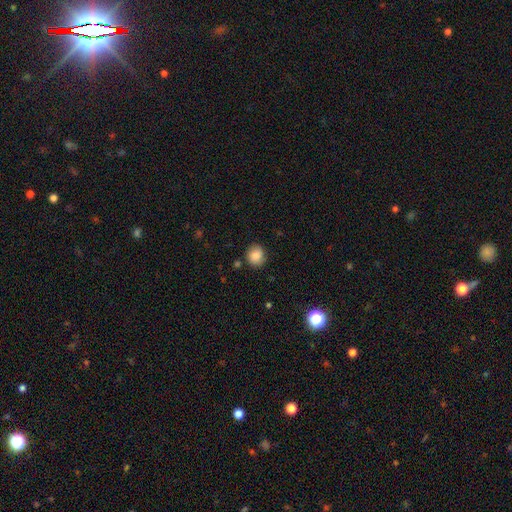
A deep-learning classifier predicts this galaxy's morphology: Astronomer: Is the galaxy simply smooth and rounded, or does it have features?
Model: smooth — 84%.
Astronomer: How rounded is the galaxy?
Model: round — 83%.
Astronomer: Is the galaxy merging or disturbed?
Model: none — 84%.